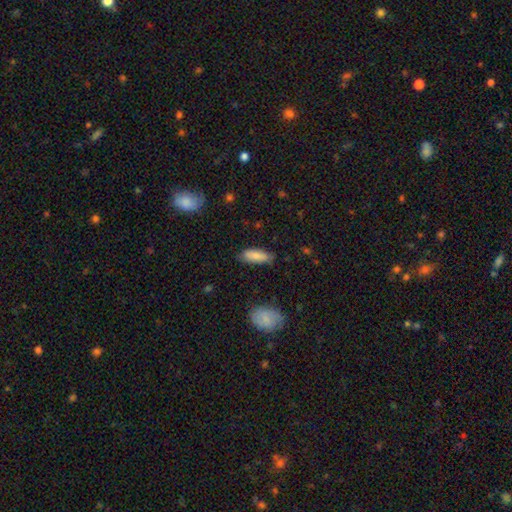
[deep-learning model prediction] Smooth or featured? Predicted: smooth (p=0.81). How rounded? Predicted: in between (p=0.61). Merging? Predicted: none (p=0.76).